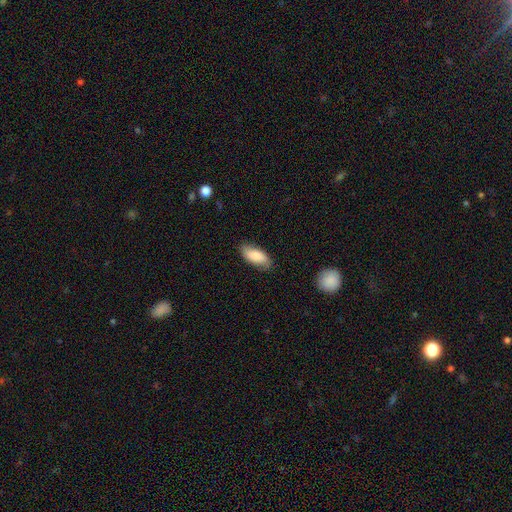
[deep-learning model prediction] Overall: smooth (80%). How rounded: in between (84%). Merging: none (81%).